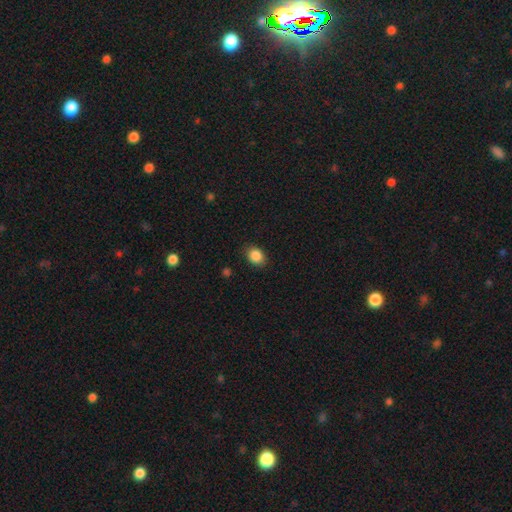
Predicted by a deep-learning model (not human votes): smooth_or_featured: smooth (p=0.87) [alt: star or artifact p=0.09]
how_rounded: in between (p=0.58) [alt: round p=0.41]
merging: none (p=0.86) [alt: minor disturbance p=0.10]